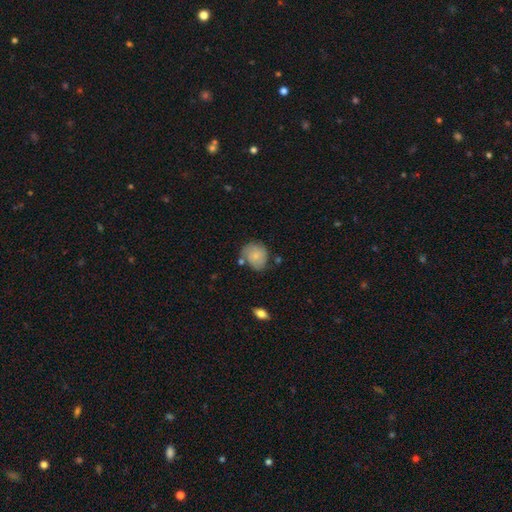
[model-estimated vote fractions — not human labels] This appears to be a smooth galaxy with no disk features (73%) that is round (71%). Merging: none (61%).